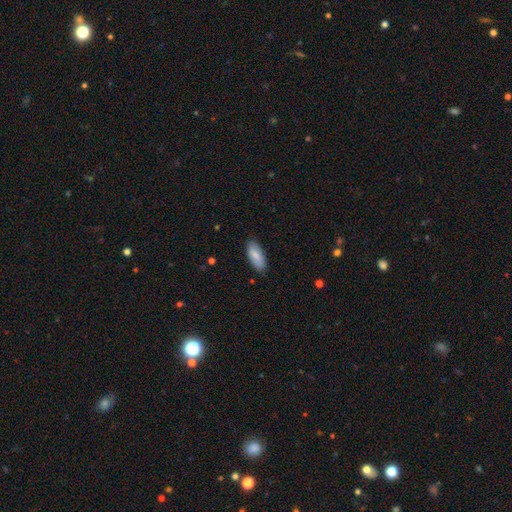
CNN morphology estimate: A smooth galaxy with no disk features (83%) that is in between round and cigar-shaped (84%).

Vote fractions:
- Smooth or featured? smooth: 83% / featured or disk: 11% / star or artifact: 6%
- How rounded? in between: 84% / cigar-shaped: 14% / round: 2%
- Merging? none: 85% / minor disturbance: 12% / major disturbance: 2% / merger: 1%